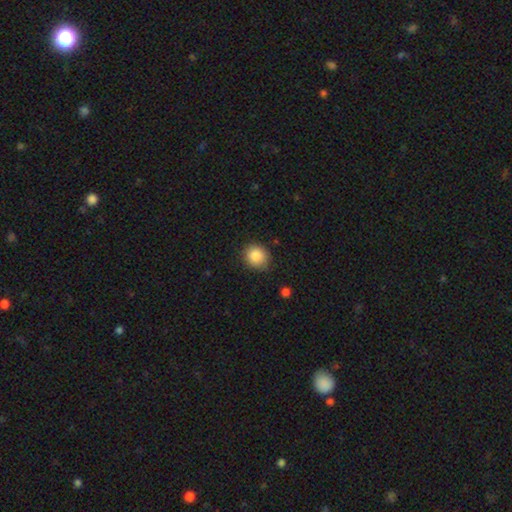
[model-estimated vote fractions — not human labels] A smooth galaxy with no disk features (87%) that is round (83%).

Vote fractions:
- Smooth or featured? smooth: 87% / star or artifact: 9% / featured or disk: 4%
- How rounded? round: 83% / in between: 16% / cigar-shaped: 1%
- Merging? none: 82% / minor disturbance: 14% / major disturbance: 3% / merger: 1%